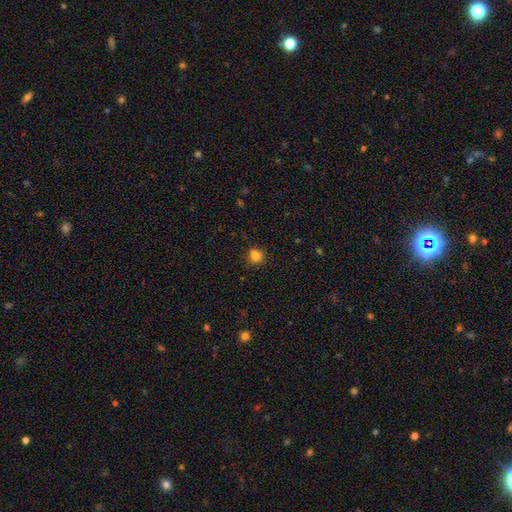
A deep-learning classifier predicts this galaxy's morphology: A smooth galaxy with no disk features (81%) that is round (80%). Merging: none (75%).